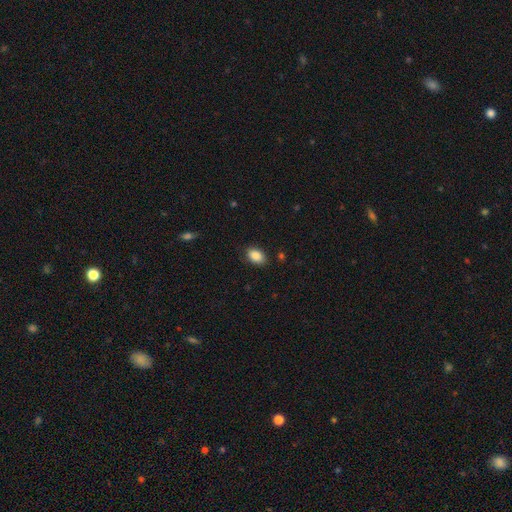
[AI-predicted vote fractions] Smooth or featured: smooth — 88% (star or artifact — 8%)
How rounded: in between — 89% (round — 10%)
Merging: none — 85% (minor disturbance — 11%)